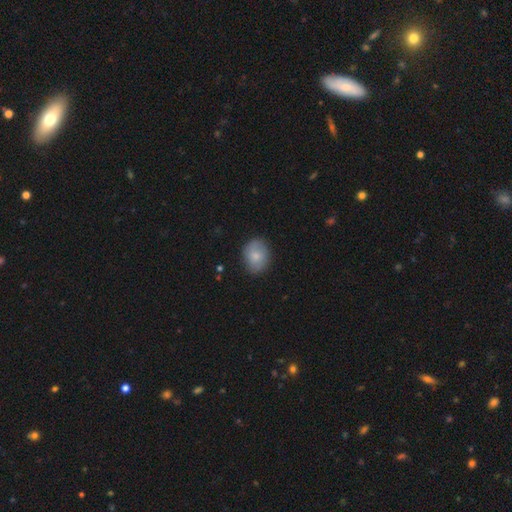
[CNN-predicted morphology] Smooth or featured? smooth (77%)
How rounded? in between (57%)
Merging? none (82%)